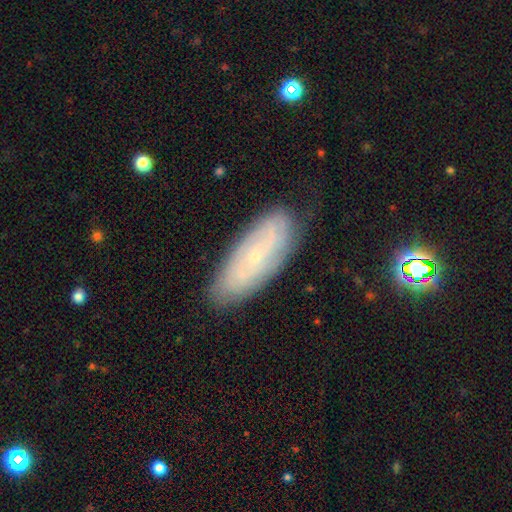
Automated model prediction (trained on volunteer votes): featured or disk 61%, smooth 31%, star or artifact 8%. Down the decision tree: edge-on disk — no (85%); bar — no (76%); spiral arms — yes (74%); bulge size — small (86%); merging — none (80%).